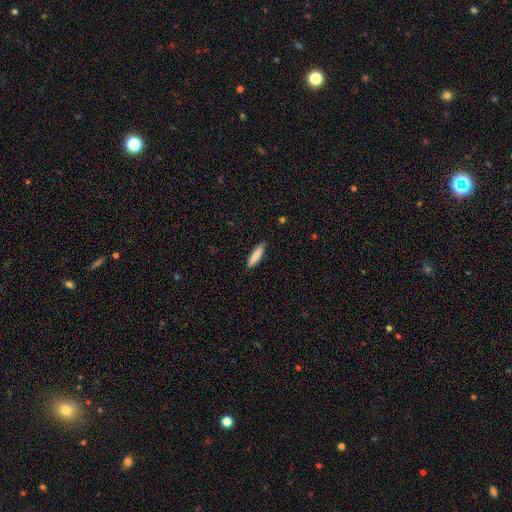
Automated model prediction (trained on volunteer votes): The model was most divided on "how rounded": cigar-shaped: 67%, in between: 32%, round: 1%. More confident: merging — none (88%); smooth or featured — smooth (87%).